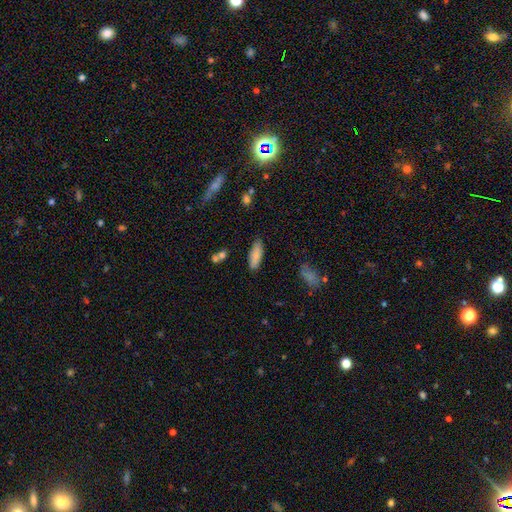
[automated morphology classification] This is clearly a smooth galaxy (82%). How rounded: likely in between (69%). Merging: clearly none (81%).